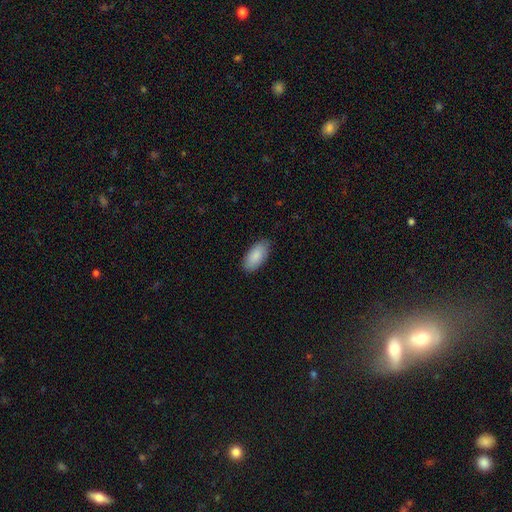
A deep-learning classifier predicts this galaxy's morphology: The model was most divided on "merging": none: 86%, minor disturbance: 11%, major disturbance: 2%, merger: 1%. More confident: how rounded — in between (93%); smooth or featured — smooth (88%).